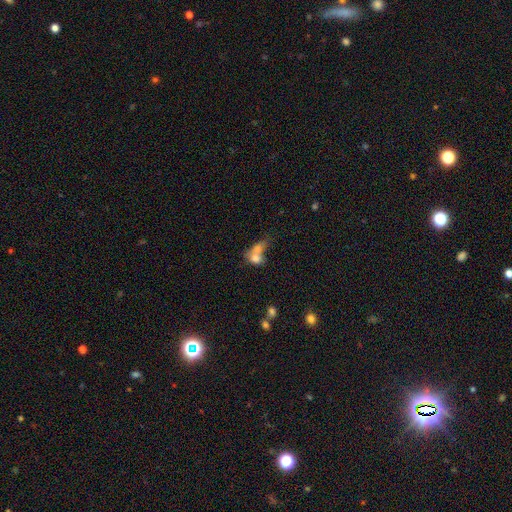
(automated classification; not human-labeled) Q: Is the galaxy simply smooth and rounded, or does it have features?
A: smooth — 71%.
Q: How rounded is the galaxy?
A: in between — 57%.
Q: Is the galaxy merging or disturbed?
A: merger — 68%.